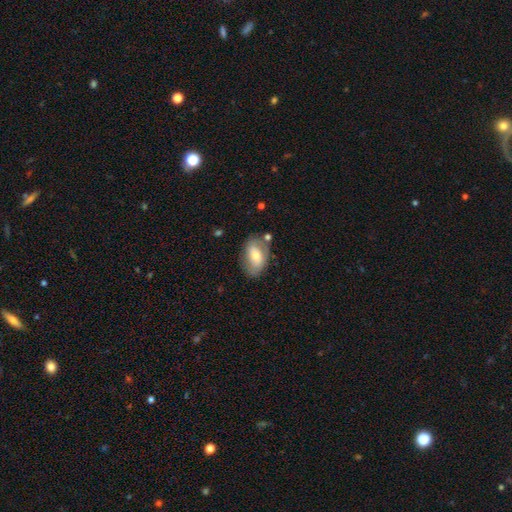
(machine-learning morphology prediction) Overall: smooth (53%; featured or disk 40%). How rounded: in between (89%). Merging: none (67%).